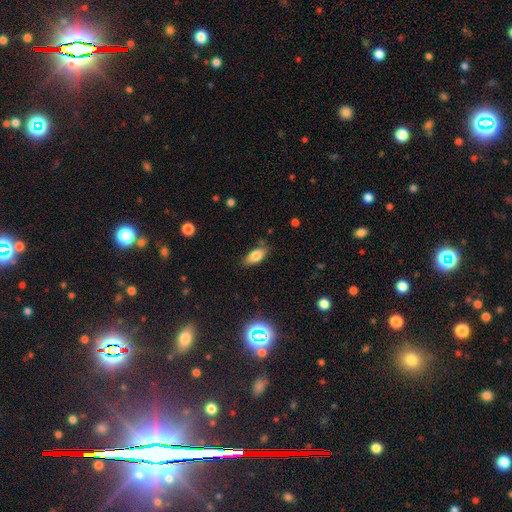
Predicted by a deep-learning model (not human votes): Smooth or featured: smooth — 77% (featured or disk — 13%)
How rounded: in between — 84% (cigar-shaped — 12%)
Merging: none — 81% (minor disturbance — 14%)